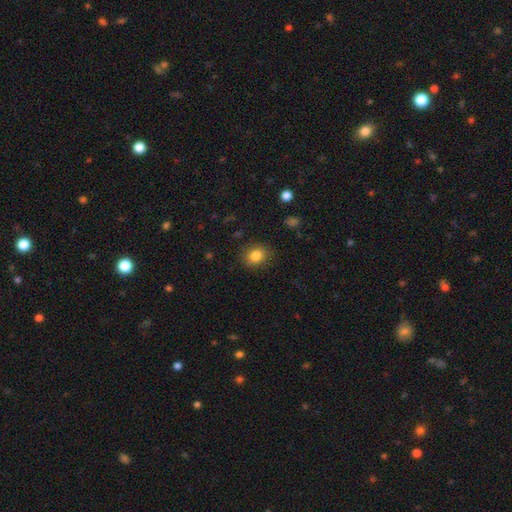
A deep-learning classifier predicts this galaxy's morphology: Smooth or featured: smooth — 84% (star or artifact — 10%)
How rounded: round — 61% (in between — 38%)
Merging: none — 86% (minor disturbance — 10%)